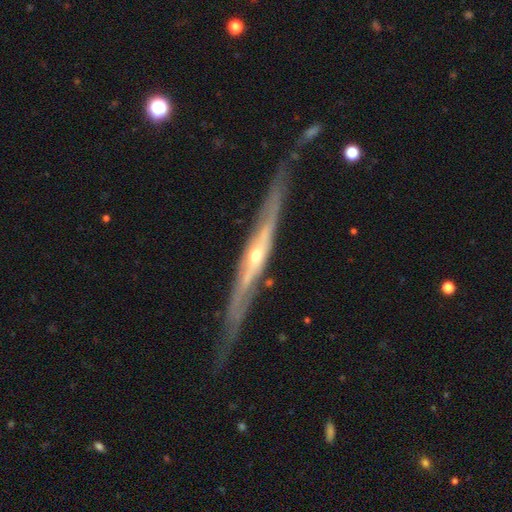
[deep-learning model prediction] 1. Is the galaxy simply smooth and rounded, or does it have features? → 85% featured or disk, 10% smooth, 5% star or artifact.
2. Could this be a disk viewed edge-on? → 88% yes, 12% no.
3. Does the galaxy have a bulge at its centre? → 71% rounded, 23% none, 5% boxy.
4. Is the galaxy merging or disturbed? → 72% none, 20% minor disturbance, 6% major disturbance, 2% merger.